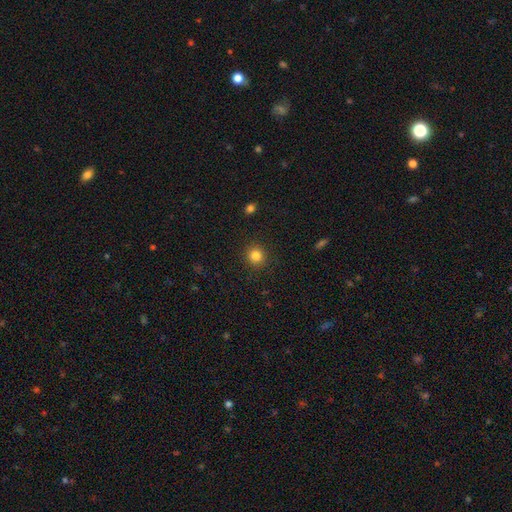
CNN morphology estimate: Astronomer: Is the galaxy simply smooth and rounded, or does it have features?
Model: smooth — 83%.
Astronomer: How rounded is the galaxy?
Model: round — 92%.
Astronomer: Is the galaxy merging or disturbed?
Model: none — 91%.